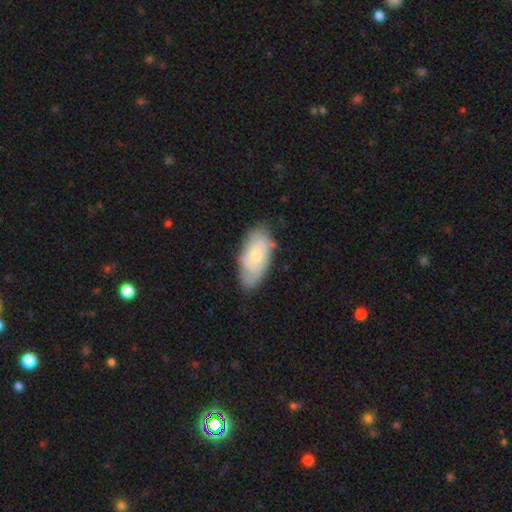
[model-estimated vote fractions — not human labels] Morphology: type=smooth (57%); roundness=in between (92%); merging=none (68%).